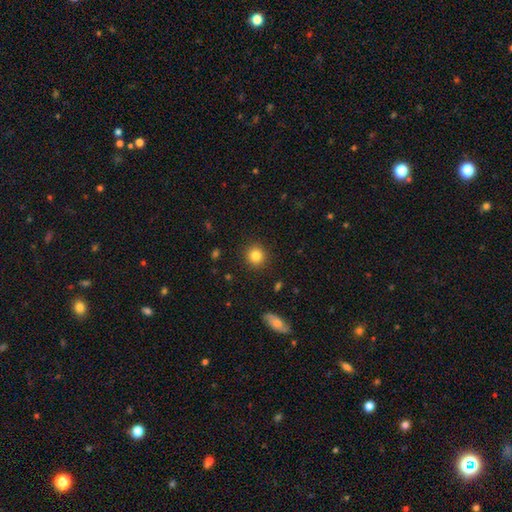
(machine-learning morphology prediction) smooth-or-featured: smooth: 83% | star or artifact: 11% | featured or disk: 6%
  how-rounded: round: 92% | in between: 7% | cigar-shaped: 1%
  merging: none: 91% | minor disturbance: 6% | major disturbance: 2% | merger: 1%